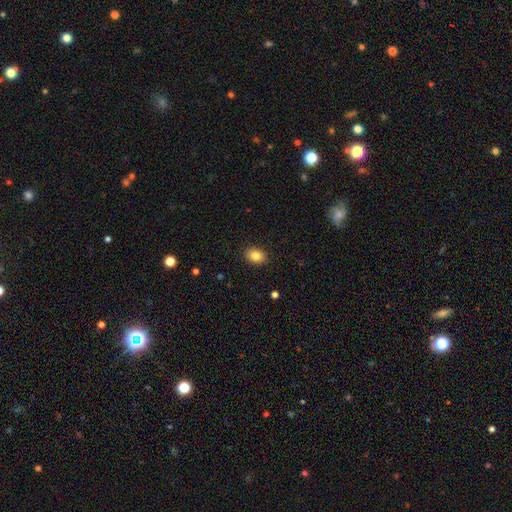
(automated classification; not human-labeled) A smooth galaxy with no disk features (84%) that is in between round and cigar-shaped (72%).

Vote fractions:
- Smooth or featured? smooth: 84% / star or artifact: 9% / featured or disk: 8%
- How rounded? in between: 72% / round: 27% / cigar-shaped: 1%
- Merging? none: 89% / minor disturbance: 8% / major disturbance: 2% / merger: 1%